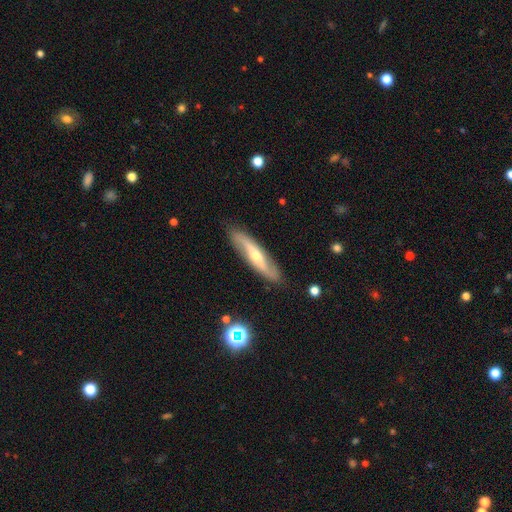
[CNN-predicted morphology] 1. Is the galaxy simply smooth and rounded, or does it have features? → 71% featured or disk, 22% smooth, 6% star or artifact.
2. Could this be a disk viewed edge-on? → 63% no, 37% yes.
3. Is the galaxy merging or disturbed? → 84% none, 11% minor disturbance, 3% major disturbance, 1% merger.